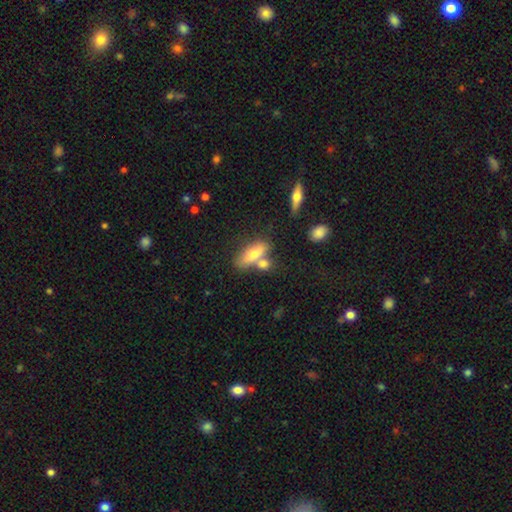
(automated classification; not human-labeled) Smooth or featured? Predicted: smooth (p=0.63). How rounded? Predicted: in between (p=0.58). Merging? Predicted: none (p=0.52).